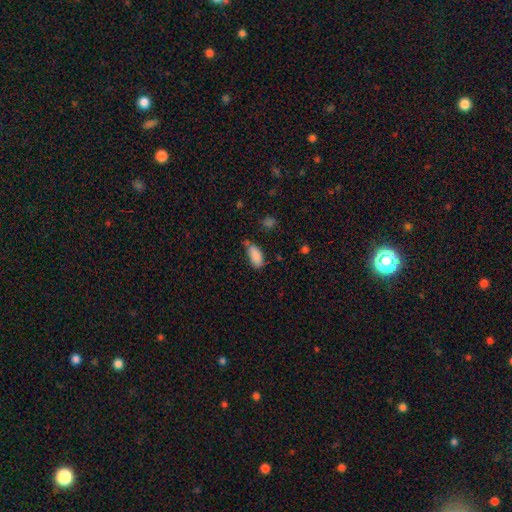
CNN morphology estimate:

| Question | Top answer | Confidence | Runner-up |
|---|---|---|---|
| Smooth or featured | smooth | 86% | star or artifact (8%) |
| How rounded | in between | 90% | cigar-shaped (8%) |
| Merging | none | 56% | minor disturbance (30%) |